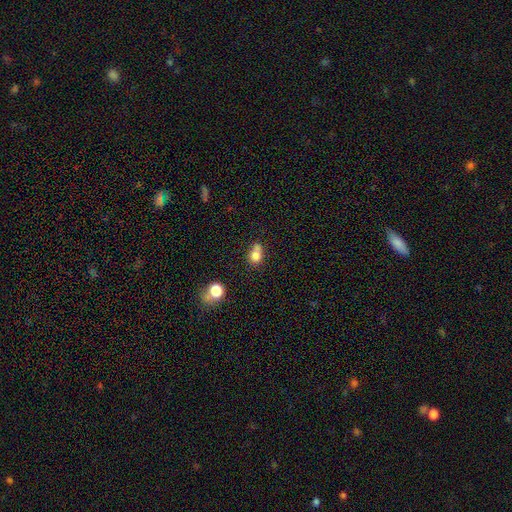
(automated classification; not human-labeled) Overall: smooth (77%). How rounded: round (57%; in between 41%). Merging: merger (37%; none 36%).